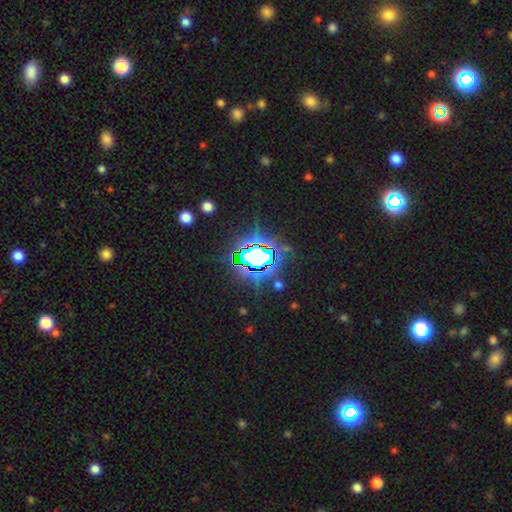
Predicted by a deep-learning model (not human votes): Smooth or featured?
  - star or artifact: 80% *
  - smooth: 13%
  - featured or disk: 8%